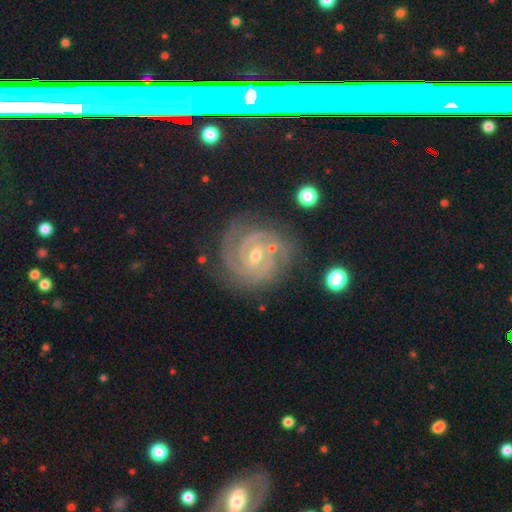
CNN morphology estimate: A featured or disk galaxy (91%) with a weak bar (45%), 2 (48%) tight (80%) spiral arms (99%) and a small central bulge (52%). Merging: none (77%).